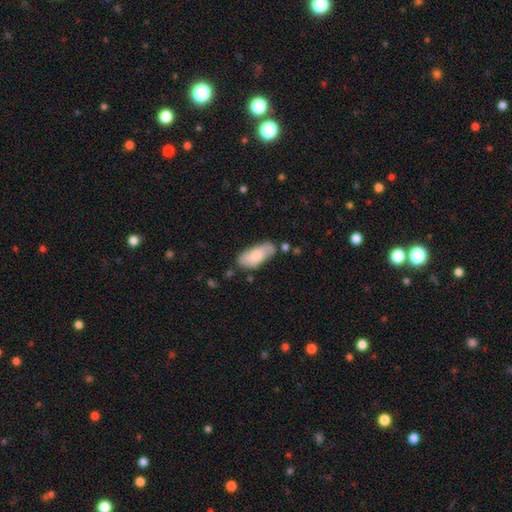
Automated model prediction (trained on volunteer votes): smooth-or-featured: smooth: 71% | featured or disk: 23% | star or artifact: 6%
  how-rounded: in between: 87% | cigar-shaped: 11% | round: 2%
  merging: none: 59% | minor disturbance: 28% | major disturbance: 8% | merger: 6%